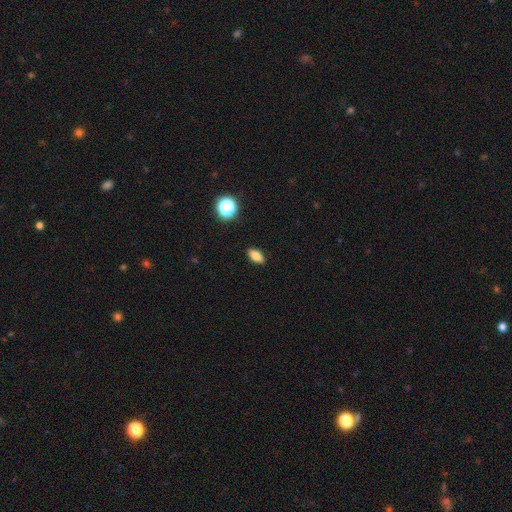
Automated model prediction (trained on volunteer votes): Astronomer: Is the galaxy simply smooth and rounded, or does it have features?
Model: smooth — 79%.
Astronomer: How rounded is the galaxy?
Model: in between — 85%.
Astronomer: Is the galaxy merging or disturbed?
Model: none — 89%.